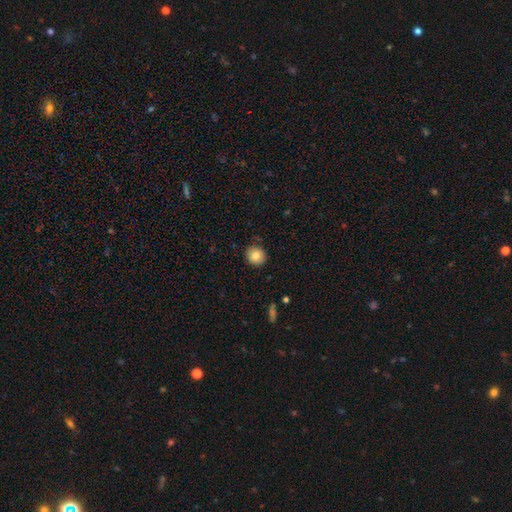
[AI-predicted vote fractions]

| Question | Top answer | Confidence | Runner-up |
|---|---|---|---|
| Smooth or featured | smooth | 83% | star or artifact (9%) |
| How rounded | round | 87% | in between (12%) |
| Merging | none | 87% | minor disturbance (9%) |